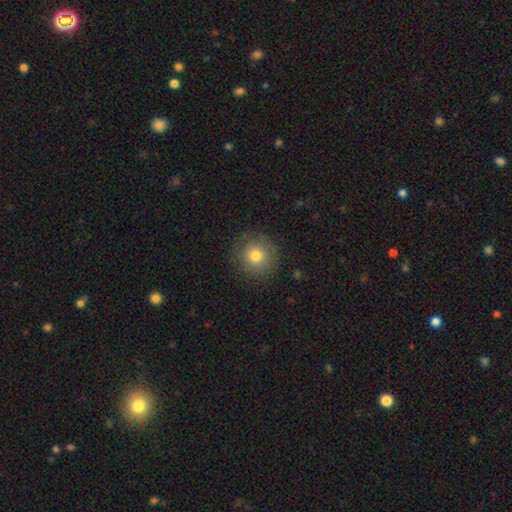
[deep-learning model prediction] Smooth or featured: smooth — 76% (featured or disk — 13%)
How rounded: round — 94% (in between — 5%)
Merging: none — 84% (minor disturbance — 11%)